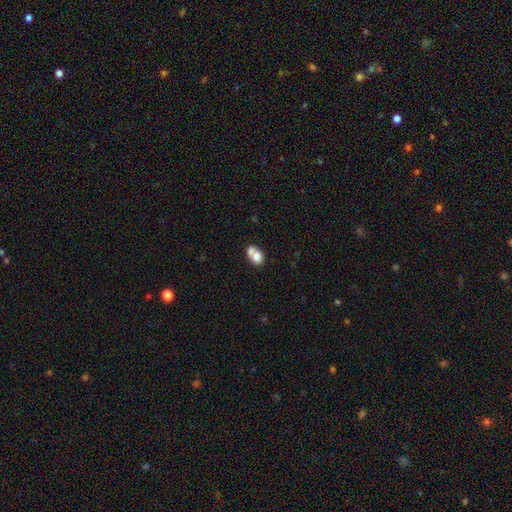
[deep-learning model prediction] Smooth or featured? Predicted: smooth (p=0.72). How rounded? Predicted: in between (p=0.66). Merging? Predicted: merger (p=0.58).